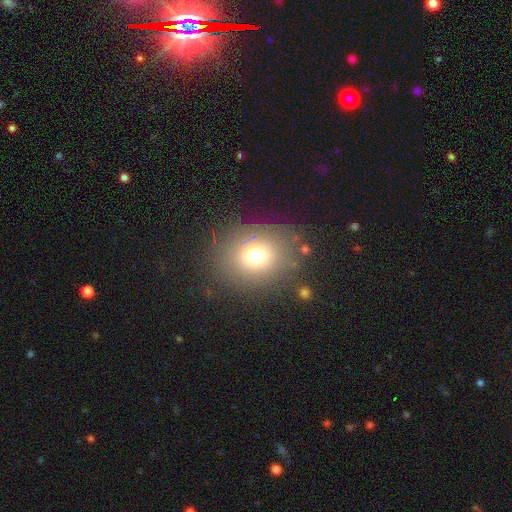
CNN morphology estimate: This appears to be a smooth galaxy with no disk features (71%) that is round (61%). Merging: none (82%).